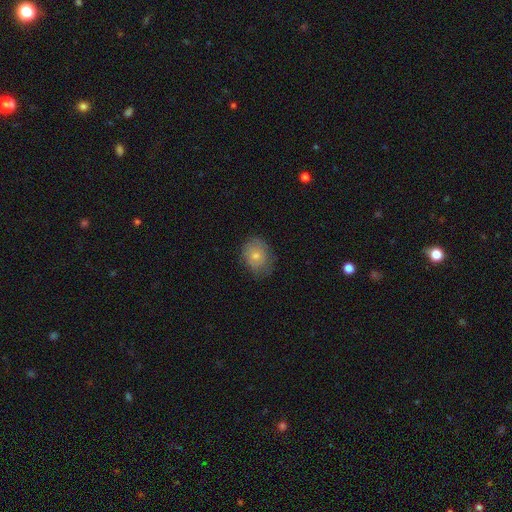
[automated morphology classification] smooth 70%, featured or disk 20%, star or artifact 10%. Down the decision tree: how rounded — in between (54%); merging — none (77%).